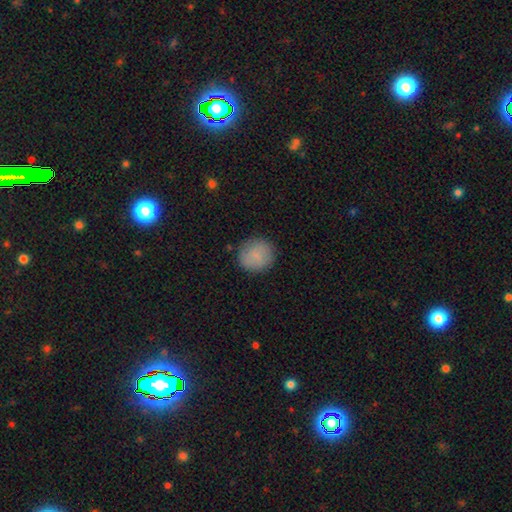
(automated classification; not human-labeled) Morphology: type=smooth (82%); roundness=round (90%); merging=none (85%).